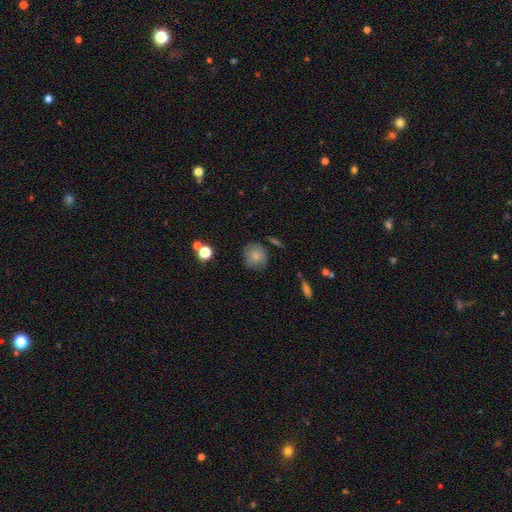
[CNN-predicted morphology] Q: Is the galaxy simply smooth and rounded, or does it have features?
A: smooth — 78%.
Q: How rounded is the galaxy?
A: round — 86%.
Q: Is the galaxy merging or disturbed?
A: none — 73%.